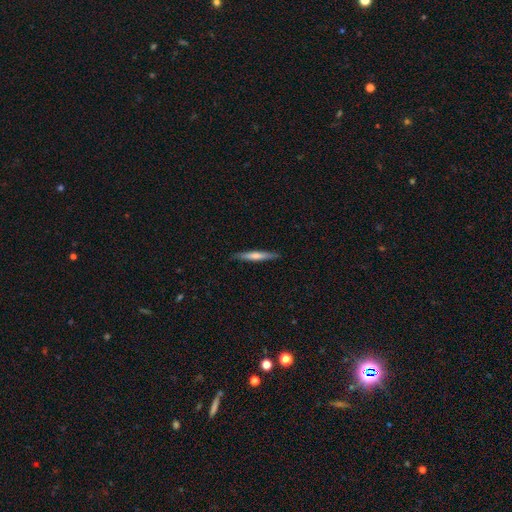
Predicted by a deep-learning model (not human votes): smooth 56%, featured or disk 38%, star or artifact 5%. Down the decision tree: how rounded — cigar-shaped (94%); merging — none (88%).